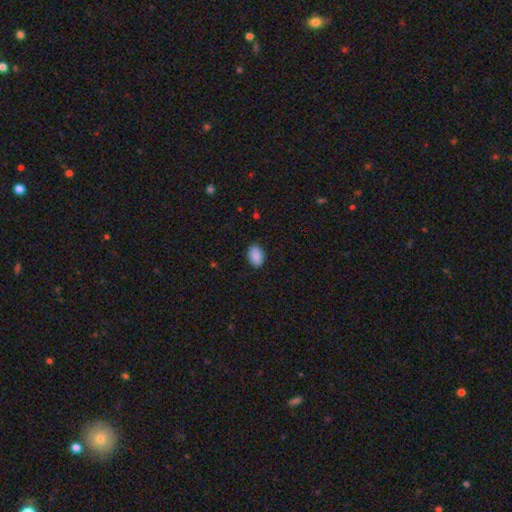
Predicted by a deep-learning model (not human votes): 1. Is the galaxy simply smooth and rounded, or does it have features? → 90% smooth, 7% star or artifact, 3% featured or disk.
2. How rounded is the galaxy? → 88% in between, 11% round, 1% cigar-shaped.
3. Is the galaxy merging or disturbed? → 88% none, 9% minor disturbance, 2% major disturbance, 1% merger.